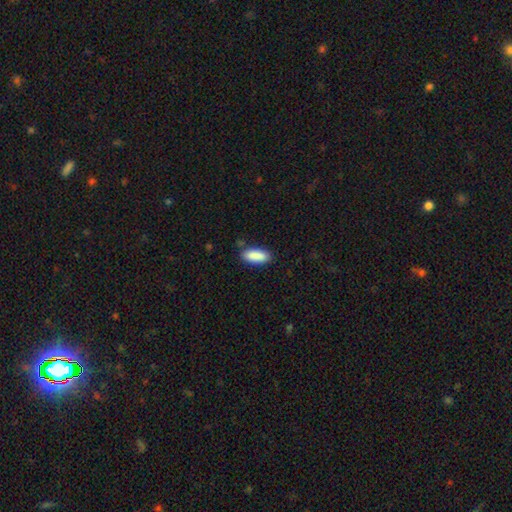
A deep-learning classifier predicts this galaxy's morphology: type=smooth (89%); roundness=in between (78%); merging=none (83%).